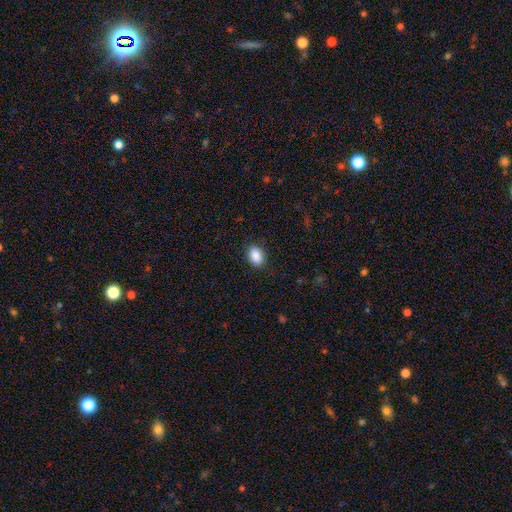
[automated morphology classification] Smooth or featured: smooth — 89% (star or artifact — 7%)
How rounded: in between — 85% (round — 14%)
Merging: none — 87% (minor disturbance — 9%)